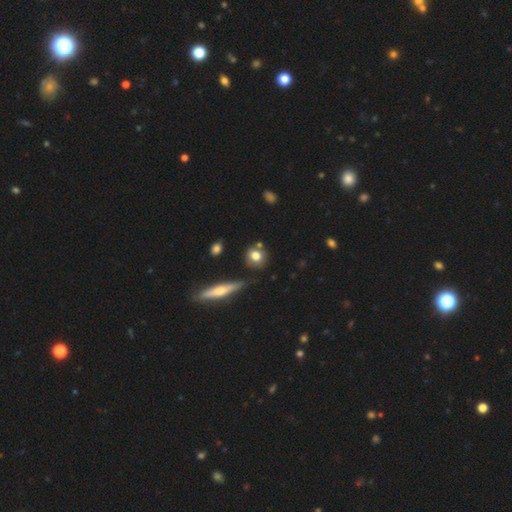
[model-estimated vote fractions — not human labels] Overall: smooth (74%). How rounded: round (74%). Merging: none (71%).